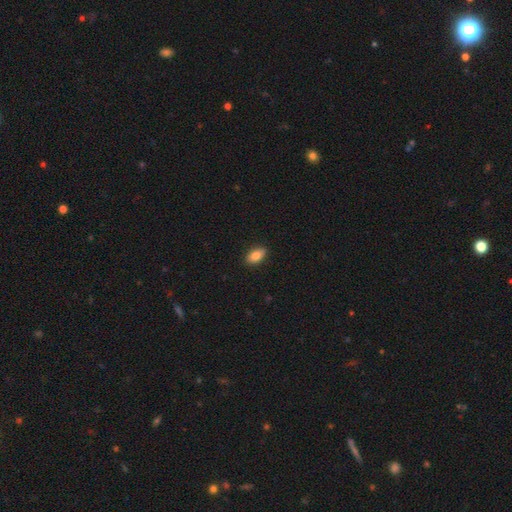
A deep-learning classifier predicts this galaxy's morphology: Smooth or featured?
  - smooth: 84% *
  - featured or disk: 9%
  - star or artifact: 7%
How rounded?
  - in between: 90% *
  - cigar-shaped: 5%
  - round: 5%
Merging?
  - none: 89% *
  - minor disturbance: 8%
  - major disturbance: 2%
  - merger: 1%